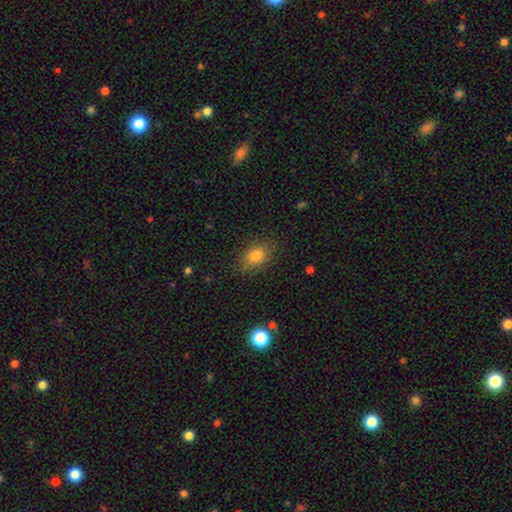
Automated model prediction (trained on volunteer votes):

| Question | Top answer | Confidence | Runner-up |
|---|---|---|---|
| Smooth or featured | smooth | 79% | featured or disk (11%) |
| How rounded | in between | 78% | round (19%) |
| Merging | none | 78% | minor disturbance (16%) |